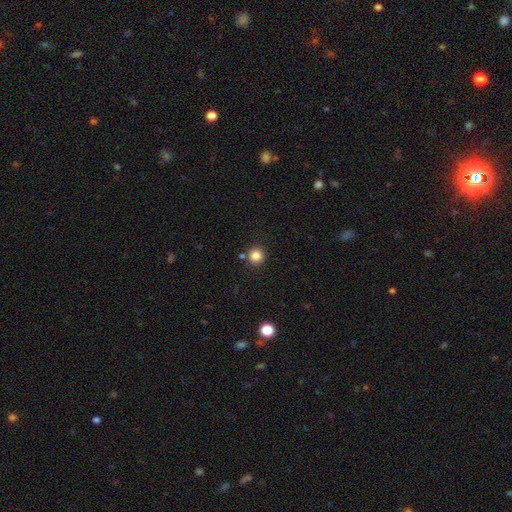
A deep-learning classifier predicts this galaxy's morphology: A smooth galaxy with no disk features (84%) that is round (94%).

Vote fractions:
- Smooth or featured? smooth: 84% / star or artifact: 12% / featured or disk: 4%
- How rounded? round: 94% / in between: 5% / cigar-shaped: 1%
- Merging? none: 84% / minor disturbance: 7% / merger: 7% / major disturbance: 2%